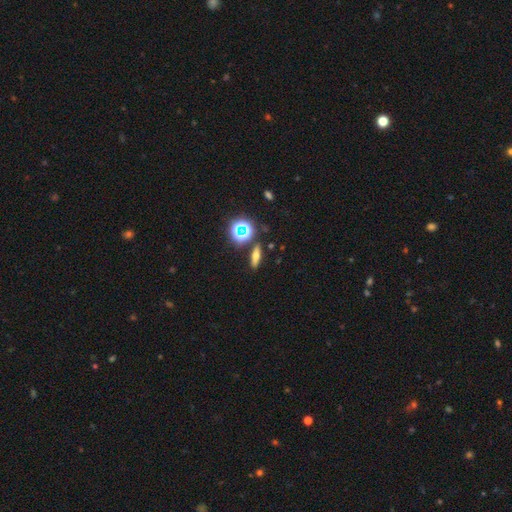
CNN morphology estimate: This is possibly a smooth galaxy (47%). Merging: clearly none (86%).